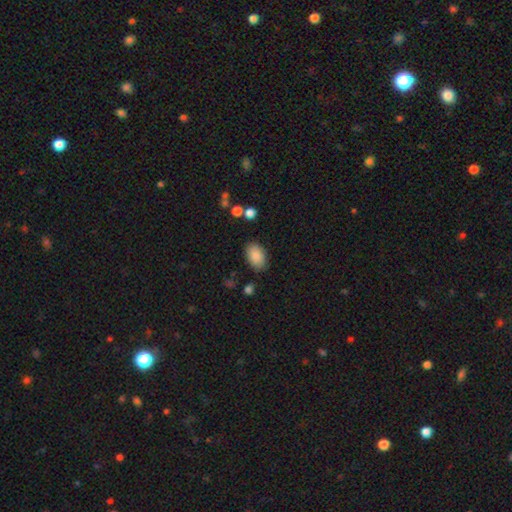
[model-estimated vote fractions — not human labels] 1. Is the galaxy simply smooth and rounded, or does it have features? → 88% smooth, 7% star or artifact, 5% featured or disk.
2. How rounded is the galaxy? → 91% in between, 8% round, 1% cigar-shaped.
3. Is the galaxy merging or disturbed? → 83% none, 12% minor disturbance, 3% major disturbance, 2% merger.